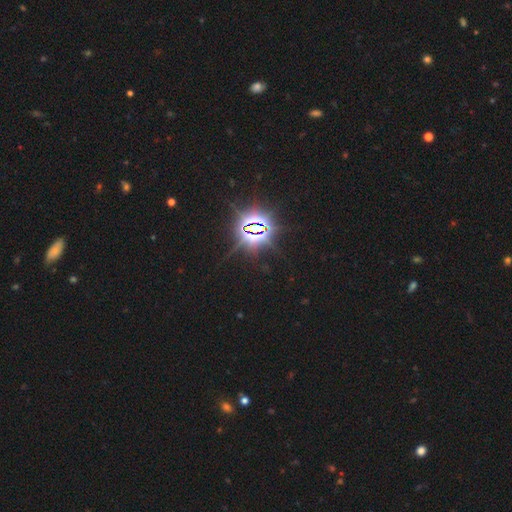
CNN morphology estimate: The model was most divided on "smooth or featured": star or artifact: 85%, smooth: 10%, featured or disk: 5%.